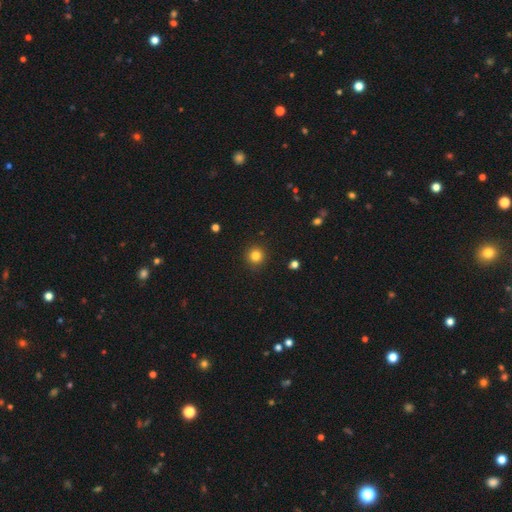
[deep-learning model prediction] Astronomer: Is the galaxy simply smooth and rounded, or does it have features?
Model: smooth — 83%.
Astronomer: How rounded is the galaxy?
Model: round — 94%.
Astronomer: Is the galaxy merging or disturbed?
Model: none — 92%.